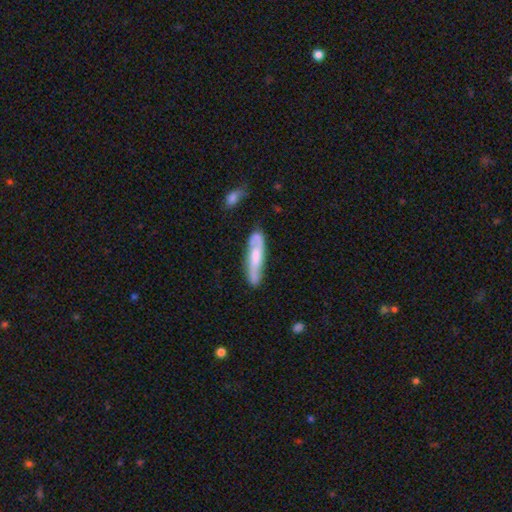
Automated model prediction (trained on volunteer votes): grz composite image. It shows a featured or disk galaxy (53%). Merging: none (75%).